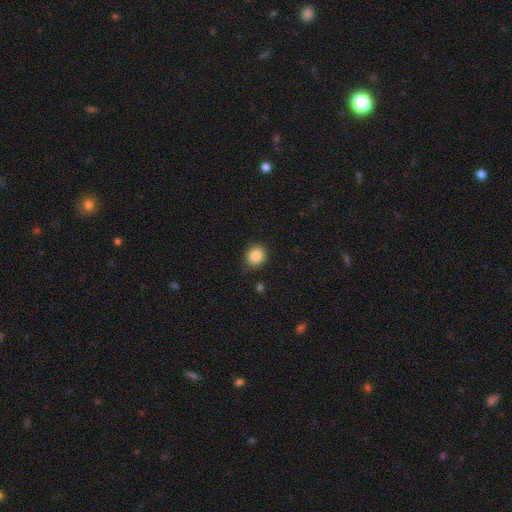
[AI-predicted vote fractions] Smooth or featured: smooth — 86% (star or artifact — 9%)
How rounded: round — 76% (in between — 23%)
Merging: none — 85% (minor disturbance — 11%)